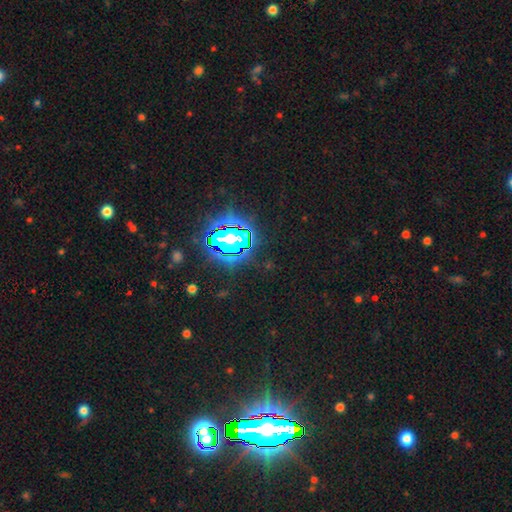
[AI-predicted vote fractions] Smooth or featured?
  - star or artifact: 84% *
  - smooth: 9%
  - featured or disk: 7%